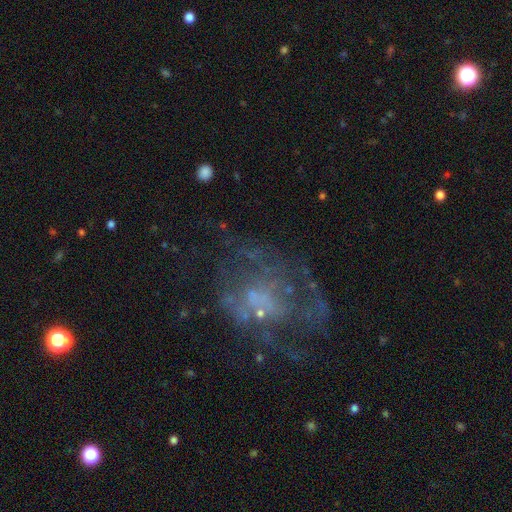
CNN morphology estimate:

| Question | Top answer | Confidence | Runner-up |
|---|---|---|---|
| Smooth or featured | featured or disk | 63% | star or artifact (21%) |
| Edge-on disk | no | 98% | yes (2%) |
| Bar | no | 83% | weak (14%) |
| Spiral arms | no | 66% | yes (34%) |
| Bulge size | none | 51% | small (33%) |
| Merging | none | 47% | major disturbance (32%) |